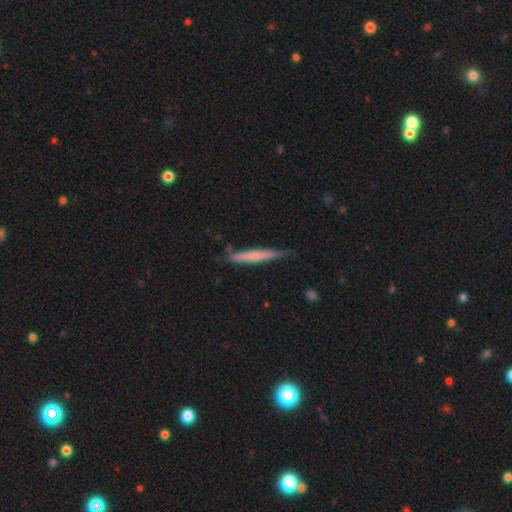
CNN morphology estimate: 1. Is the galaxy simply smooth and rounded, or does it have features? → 63% smooth, 31% featured or disk, 5% star or artifact.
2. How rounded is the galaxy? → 95% cigar-shaped, 4% in between, 1% round.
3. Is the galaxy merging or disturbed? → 70% none, 24% minor disturbance, 4% major disturbance, 3% merger.